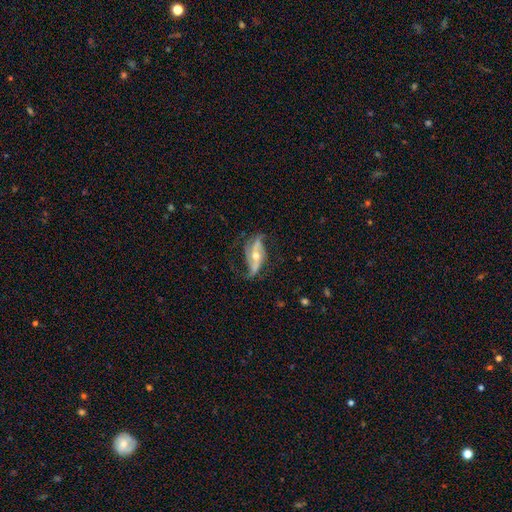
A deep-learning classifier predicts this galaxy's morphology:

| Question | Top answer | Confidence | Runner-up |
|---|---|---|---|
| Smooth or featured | featured or disk | 82% | smooth (11%) |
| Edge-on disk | no | 90% | yes (10%) |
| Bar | no | 47% | weak (27%) |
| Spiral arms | yes | 92% | no (8%) |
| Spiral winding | loose | 58% | medium (30%) |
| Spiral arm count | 2 | 59% | 3 (20%) |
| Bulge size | moderate | 65% | small (29%) |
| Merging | none | 54% | minor disturbance (24%) |